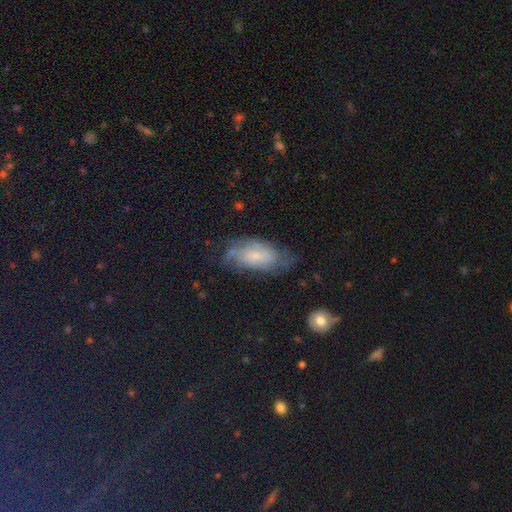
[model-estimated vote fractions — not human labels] The model was most divided on "smooth or featured": featured or disk: 51%, smooth: 39%, star or artifact: 10%. More confident: edge-on disk — no (90%); merging — none (53%).